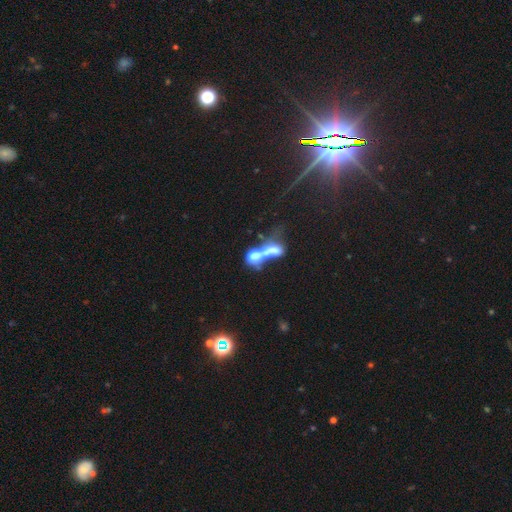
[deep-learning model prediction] Smooth or featured? Predicted: smooth (p=0.55). How rounded? Predicted: in between (p=0.54). Merging? Predicted: merger (p=0.67).